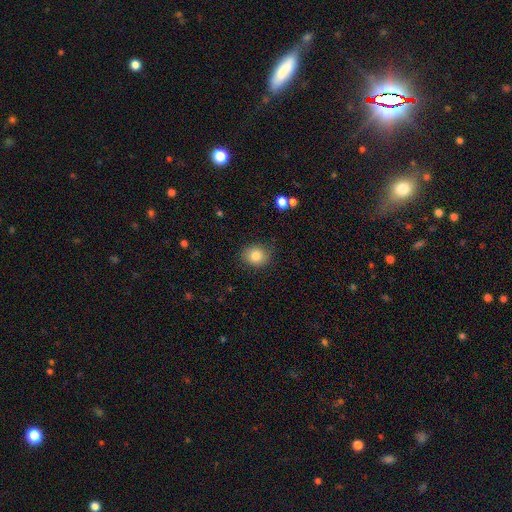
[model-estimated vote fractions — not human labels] Q: Smooth or featured?
A: smooth (82%); runner-up: star or artifact (10%)
Q: How rounded?
A: round (74%); runner-up: in between (25%)
Q: Merging?
A: none (84%); runner-up: minor disturbance (12%)